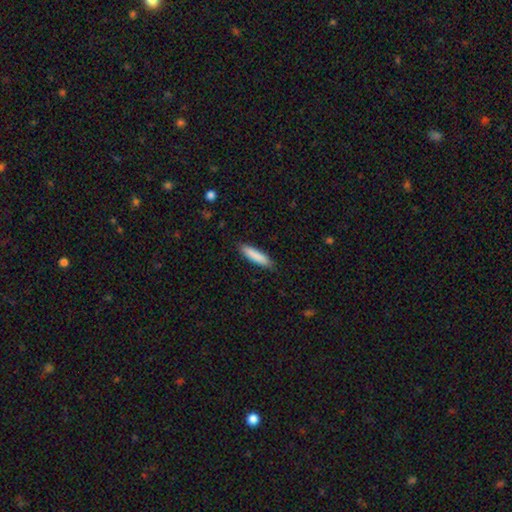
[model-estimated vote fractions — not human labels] Smooth or featured? smooth (87%)
How rounded? cigar-shaped (77%)
Merging? none (87%)